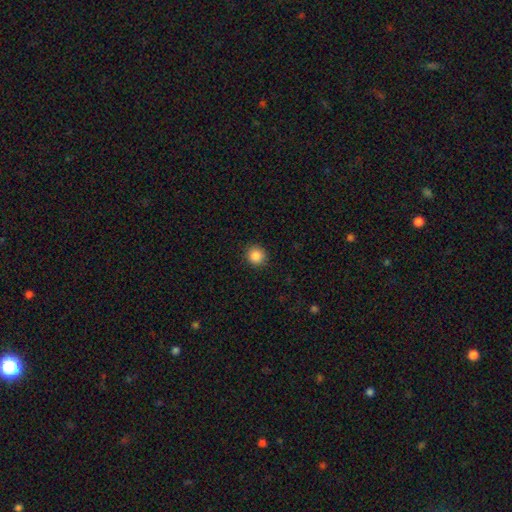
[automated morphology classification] Smooth or featured? Predicted: smooth (p=0.88). How rounded? Predicted: round (p=0.92). Merging? Predicted: none (p=0.91).